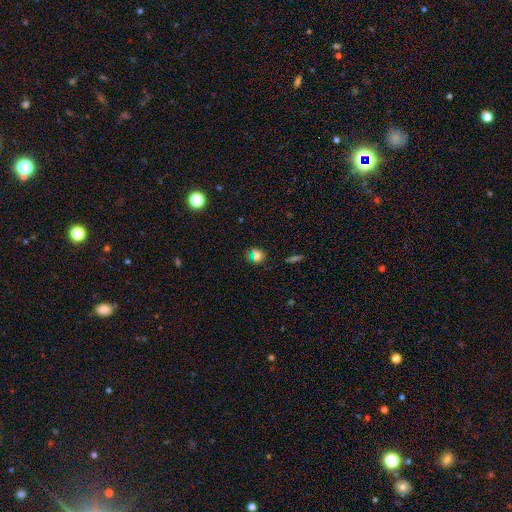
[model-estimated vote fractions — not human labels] Smooth or featured? smooth (65%)
How rounded? round (65%)
Merging? none (71%)